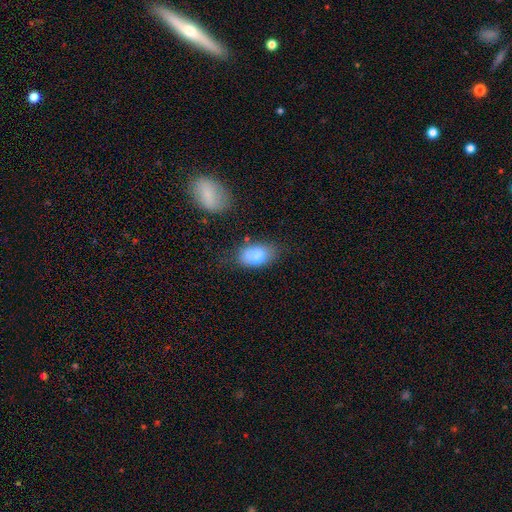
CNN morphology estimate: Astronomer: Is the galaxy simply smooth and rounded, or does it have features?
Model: smooth — 84%.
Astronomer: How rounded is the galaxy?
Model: in between — 91%.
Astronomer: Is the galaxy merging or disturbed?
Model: none — 68%.